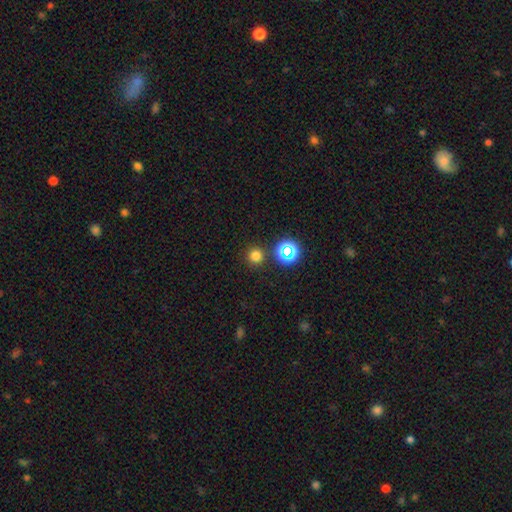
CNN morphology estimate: Q: Smooth or featured?
A: smooth (75%); runner-up: star or artifact (20%)
Q: How rounded?
A: round (95%); runner-up: in between (4%)
Q: Merging?
A: none (87%); runner-up: minor disturbance (6%)